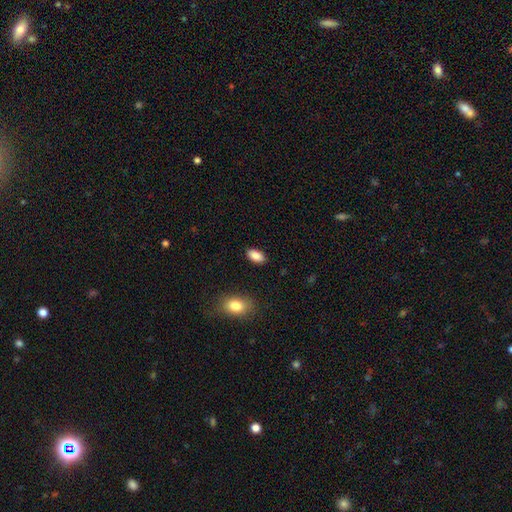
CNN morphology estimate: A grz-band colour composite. It shows a smooth galaxy with no disk features (87%) that is in between round and cigar-shaped (93%). Merging: none (89%).